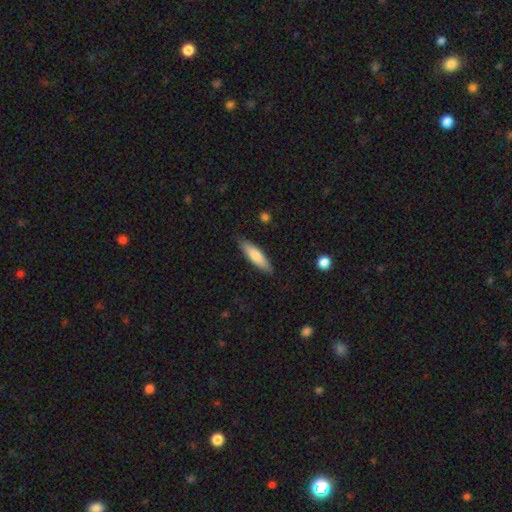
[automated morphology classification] Smooth or featured: smooth — 77% (featured or disk — 18%)
How rounded: cigar-shaped — 67% (in between — 32%)
Merging: none — 86% (minor disturbance — 11%)